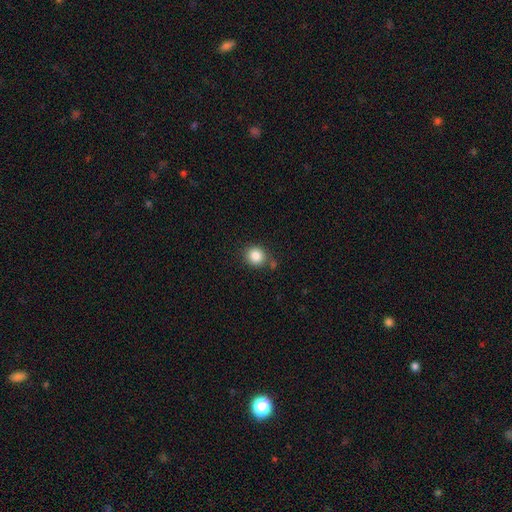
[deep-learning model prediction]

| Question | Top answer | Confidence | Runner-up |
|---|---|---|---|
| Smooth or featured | smooth | 85% | star or artifact (10%) |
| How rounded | round | 82% | in between (17%) |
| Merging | none | 76% | minor disturbance (13%) |